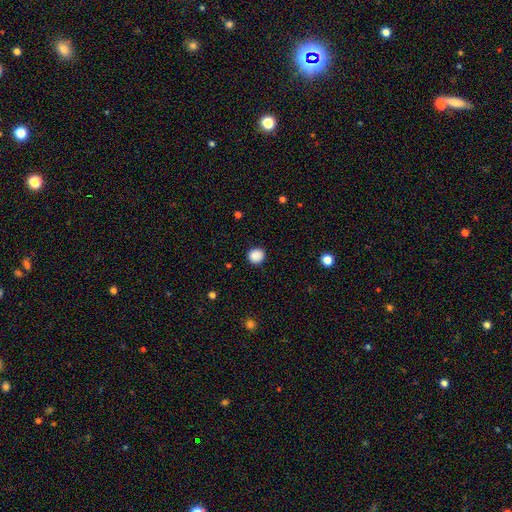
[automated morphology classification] type=smooth (87%); roundness=round (85%); merging=none (89%).